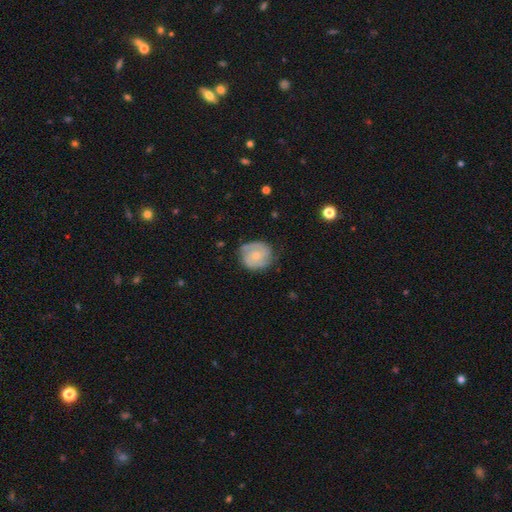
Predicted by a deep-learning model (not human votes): Morphology: type=featured or disk (71%); edge-on=no (98%); bar=no (65%); spiral arms=yes (92%); winding=tight (54%); arm count=2 (71%); bulge=small (54%); merging=none (74%).